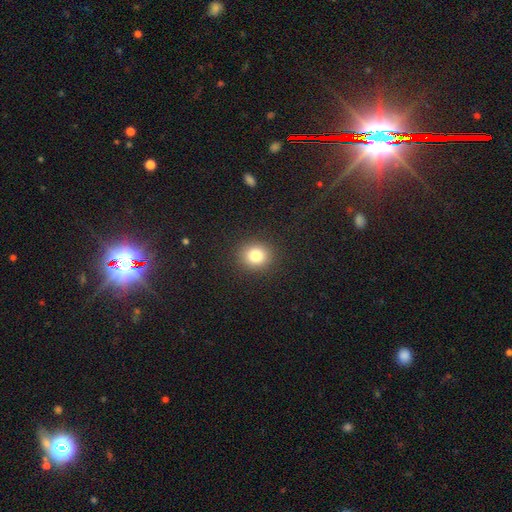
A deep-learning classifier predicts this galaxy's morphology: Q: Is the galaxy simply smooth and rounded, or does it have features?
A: smooth — 82%.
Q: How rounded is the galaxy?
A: round — 80%.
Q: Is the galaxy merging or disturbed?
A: none — 90%.